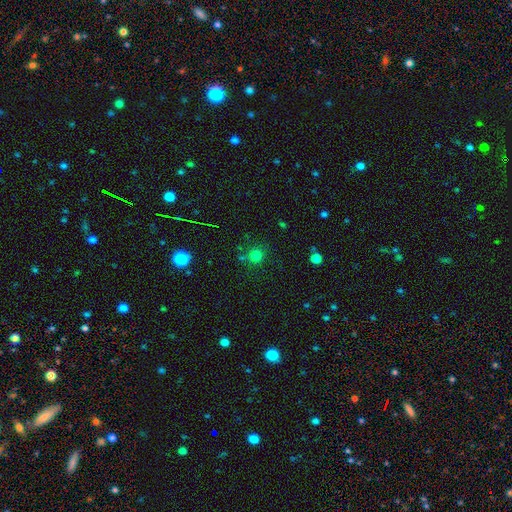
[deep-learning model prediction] Smooth or featured?
  - smooth: 76% *
  - star or artifact: 18%
  - featured or disk: 6%
How rounded?
  - round: 91% *
  - in between: 8%
  - cigar-shaped: 1%
Merging?
  - none: 77% *
  - minor disturbance: 10%
  - merger: 9%
  - major disturbance: 4%